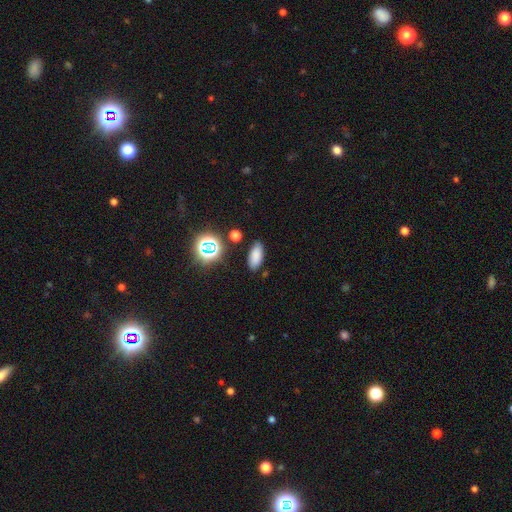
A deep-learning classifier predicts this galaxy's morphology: Smooth or featured? smooth (77%)
How rounded? in between (85%)
Merging? none (85%)